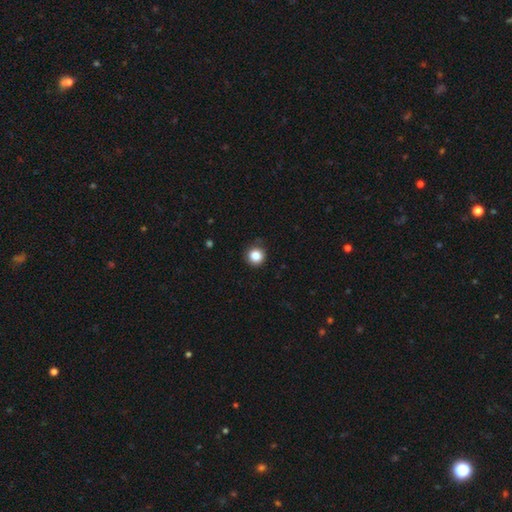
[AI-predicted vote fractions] The model was most divided on "merging": none: 84%, minor disturbance: 12%, major disturbance: 3%, merger: 1%. More confident: how rounded — round (94%); smooth or featured — smooth (85%).